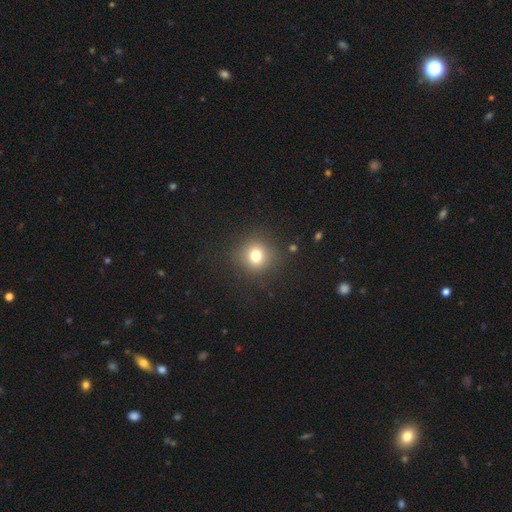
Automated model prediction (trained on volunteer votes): This is likely a smooth galaxy (77%). How rounded: clearly round (89%). Merging: clearly none (87%).